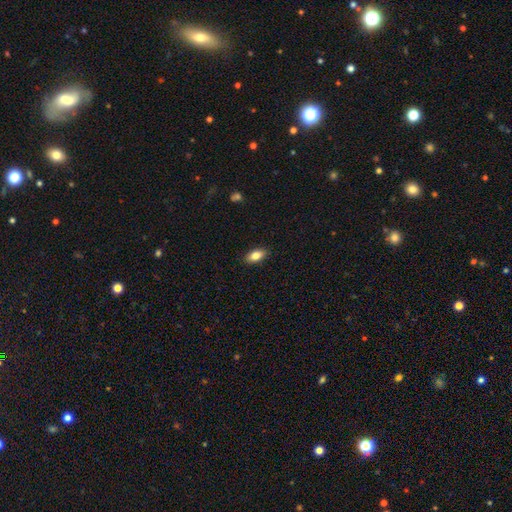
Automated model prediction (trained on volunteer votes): Overall: smooth (81%). How rounded: in between (88%). Merging: none (88%).